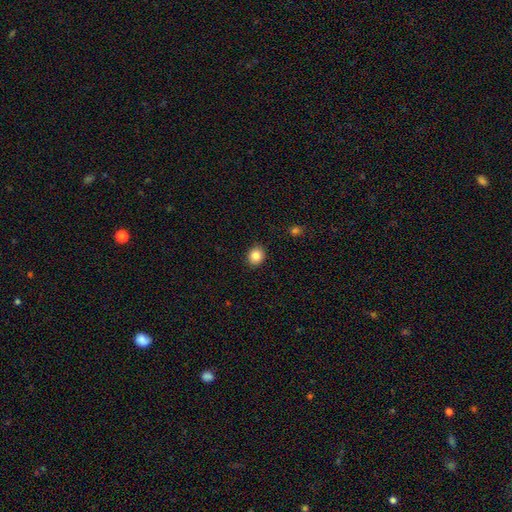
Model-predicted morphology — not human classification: This appears to be a smooth galaxy with no disk features (85%) that is round (75%). Merging: none (91%).